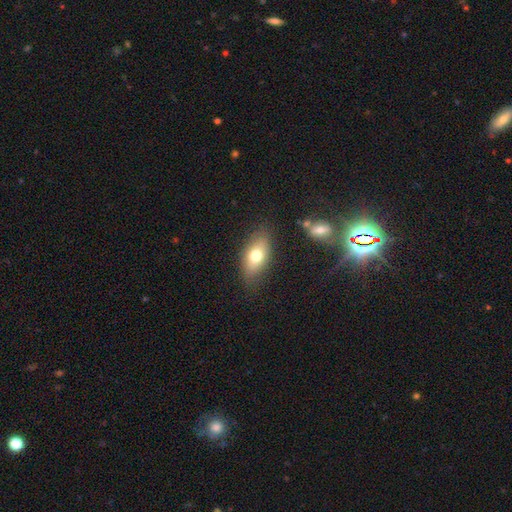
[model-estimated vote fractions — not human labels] Smooth or featured? Predicted: smooth (p=0.71). How rounded? Predicted: in between (p=0.86). Merging? Predicted: none (p=0.76).